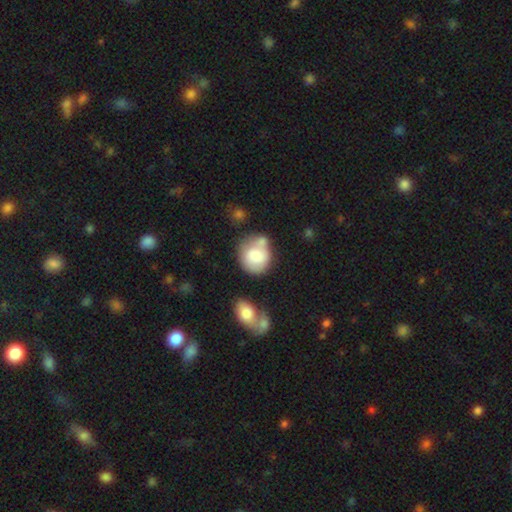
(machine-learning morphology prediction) A smooth galaxy with no disk features (76%) that is round (79%).

Vote fractions:
- Smooth or featured? smooth: 76% / featured or disk: 17% / star or artifact: 7%
- How rounded? round: 79% / in between: 20% / cigar-shaped: 1%
- Merging? none: 48% / merger: 25% / minor disturbance: 20% / major disturbance: 7%